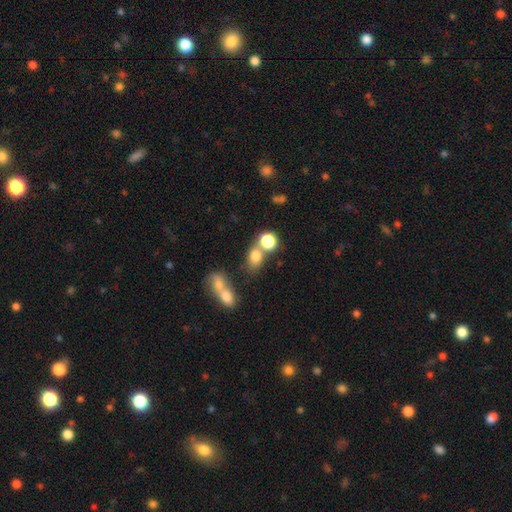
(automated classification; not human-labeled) Smooth or featured: smooth — 75% (star or artifact — 15%)
How rounded: in between — 50% (round — 48%)
Merging: none — 46% (merger — 39%)